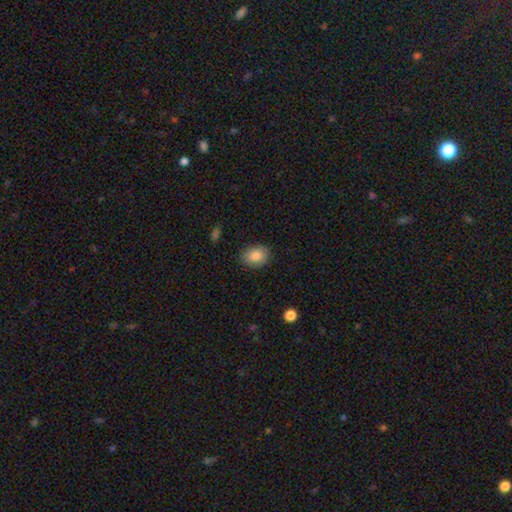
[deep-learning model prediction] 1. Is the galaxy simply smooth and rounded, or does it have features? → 86% smooth, 8% star or artifact, 7% featured or disk.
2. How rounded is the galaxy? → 68% in between, 31% round, 1% cigar-shaped.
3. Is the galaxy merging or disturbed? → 86% none, 11% minor disturbance, 3% major disturbance, 1% merger.